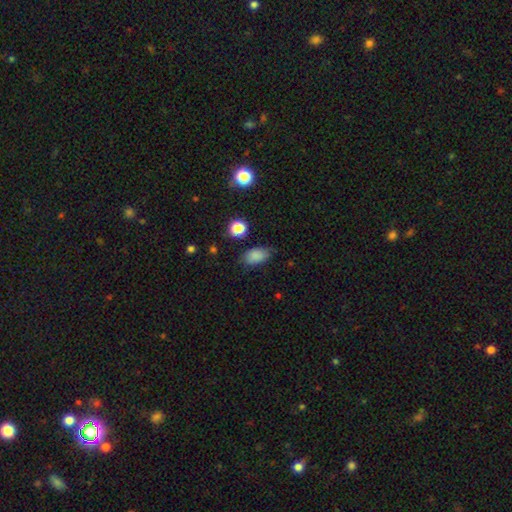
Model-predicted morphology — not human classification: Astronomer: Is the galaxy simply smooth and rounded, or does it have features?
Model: smooth — 84%.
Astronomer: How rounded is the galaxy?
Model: in between — 88%.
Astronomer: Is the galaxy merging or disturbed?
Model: none — 72%.